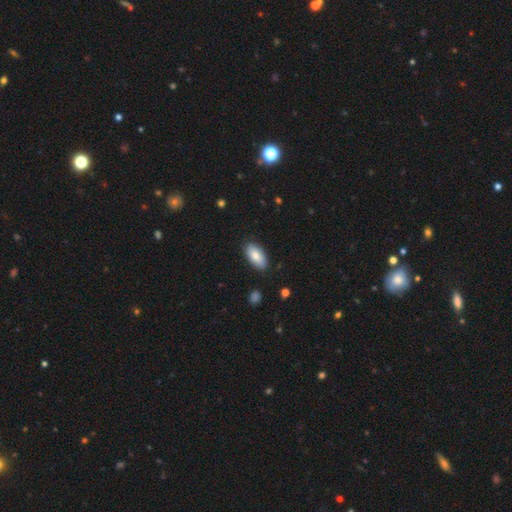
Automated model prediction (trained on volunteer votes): smooth 81%, featured or disk 12%, star or artifact 6%. Down the decision tree: how rounded — in between (92%); merging — none (87%).